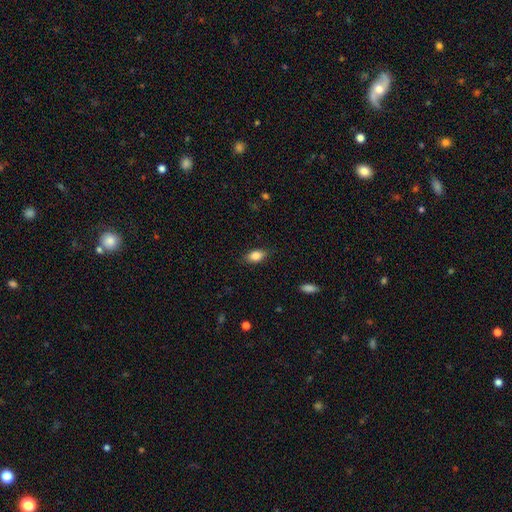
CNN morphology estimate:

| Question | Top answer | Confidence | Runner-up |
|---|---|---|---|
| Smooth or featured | smooth | 84% | featured or disk (8%) |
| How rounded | in between | 88% | round (7%) |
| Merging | none | 84% | minor disturbance (13%) |